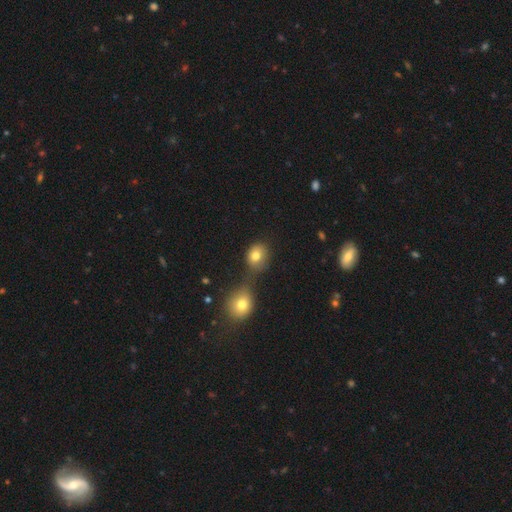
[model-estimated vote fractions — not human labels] Smooth or featured?
  - smooth: 79% *
  - star or artifact: 12%
  - featured or disk: 9%
How rounded?
  - round: 65% *
  - in between: 34%
  - cigar-shaped: 1%
Merging?
  - none: 48% *
  - merger: 37%
  - minor disturbance: 10%
  - major disturbance: 5%